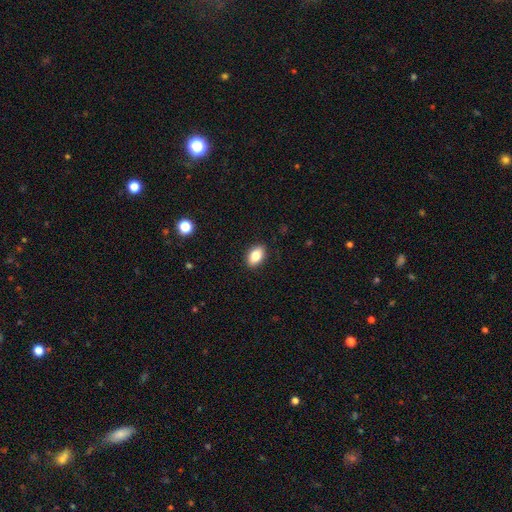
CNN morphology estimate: Smooth or featured?
  - smooth: 82% *
  - featured or disk: 10%
  - star or artifact: 8%
How rounded?
  - in between: 88% *
  - round: 10%
  - cigar-shaped: 2%
Merging?
  - none: 90% *
  - minor disturbance: 7%
  - major disturbance: 2%
  - merger: 1%